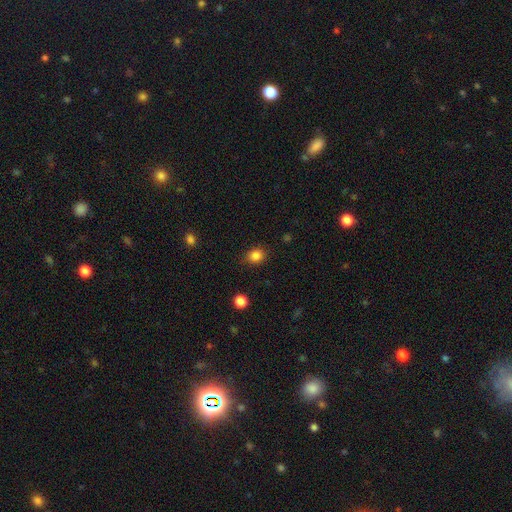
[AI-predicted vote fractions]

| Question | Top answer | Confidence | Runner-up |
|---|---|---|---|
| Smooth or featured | smooth | 85% | star or artifact (11%) |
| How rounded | round | 69% | in between (31%) |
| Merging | none | 84% | minor disturbance (11%) |